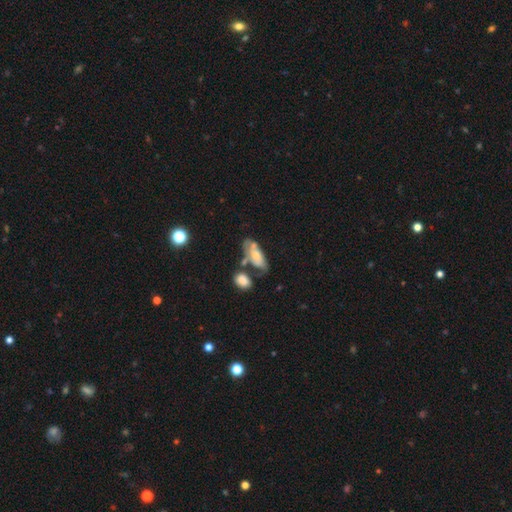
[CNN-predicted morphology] This appears to be a smooth galaxy with no disk features (49%). Merging: none (36%).